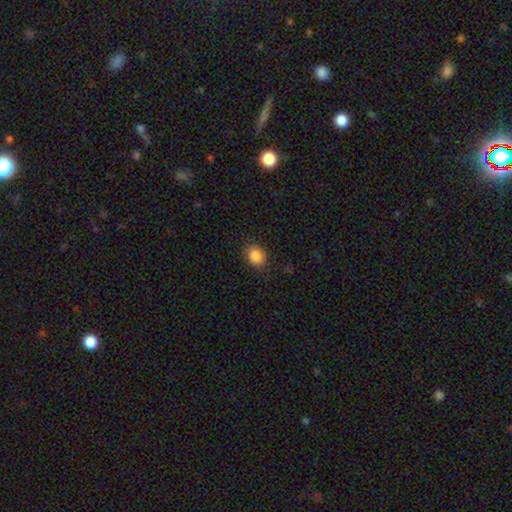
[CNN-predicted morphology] type=smooth (87%); roundness=round (51%); merging=none (86%).